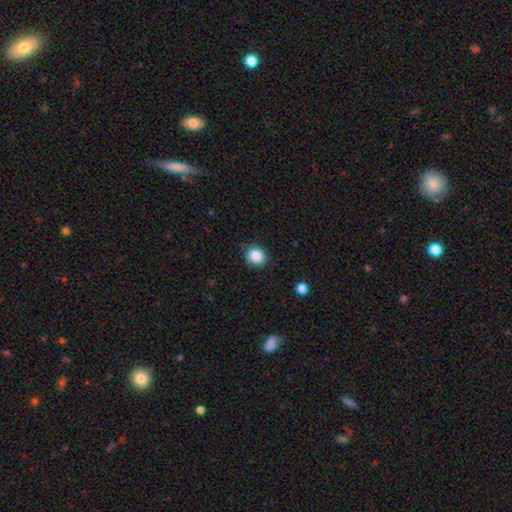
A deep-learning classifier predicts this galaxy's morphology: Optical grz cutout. It shows a smooth galaxy with no disk features (87%) that is round (84%). Merging: none (85%).